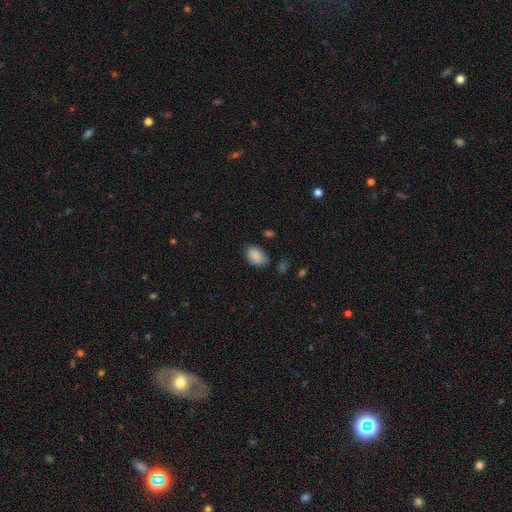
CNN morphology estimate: Smooth or featured? smooth (87%)
How rounded? in between (81%)
Merging? none (66%)